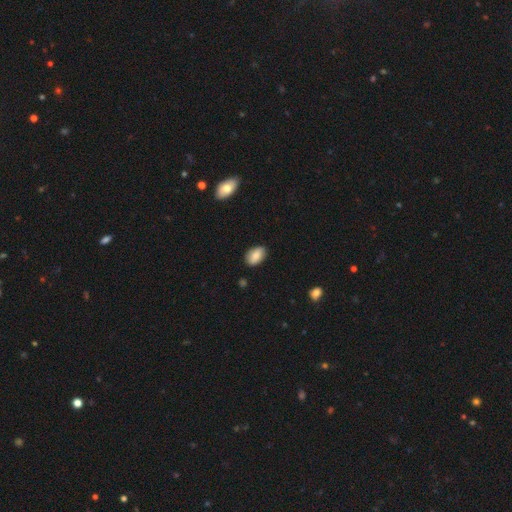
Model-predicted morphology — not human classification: Smooth or featured? Predicted: smooth (p=0.83). How rounded? Predicted: in between (p=0.92). Merging? Predicted: none (p=0.85).